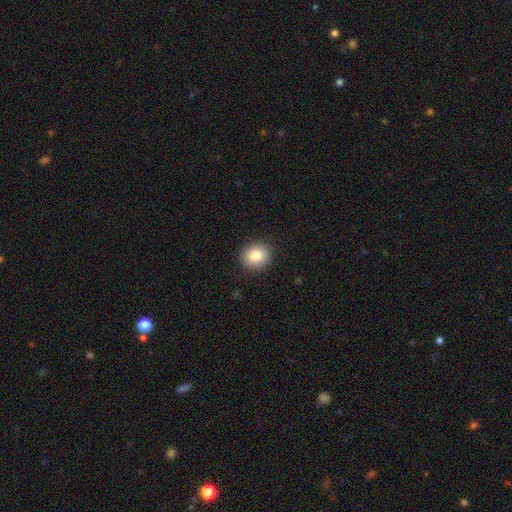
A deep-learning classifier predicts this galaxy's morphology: smooth-or-featured: smooth: 84% | star or artifact: 9% | featured or disk: 7%
  how-rounded: round: 74% | in between: 25% | cigar-shaped: 1%
  merging: none: 90% | minor disturbance: 7% | major disturbance: 2% | merger: 1%